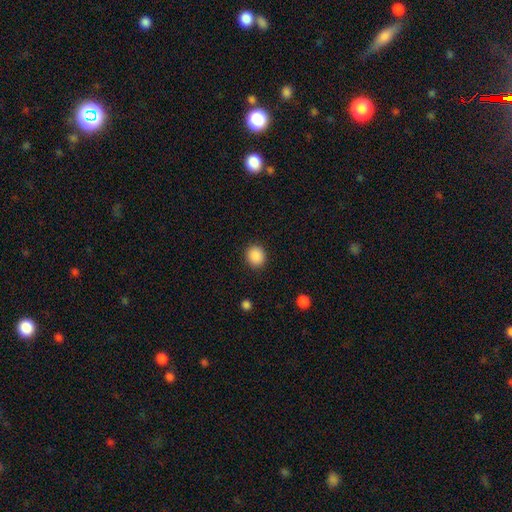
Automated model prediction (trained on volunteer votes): Morphology: type=smooth (89%); roundness=round (80%); merging=none (90%).